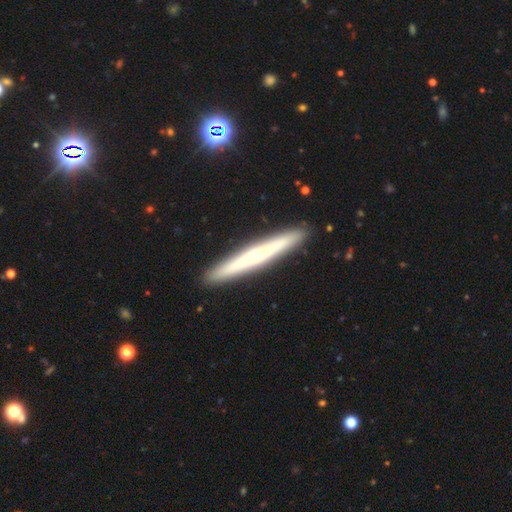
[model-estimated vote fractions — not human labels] featured or disk 60%, smooth 34%, star or artifact 6%. Down the decision tree: edge-on disk — yes (94%); edge-on bulge — rounded (60%); merging — none (92%).